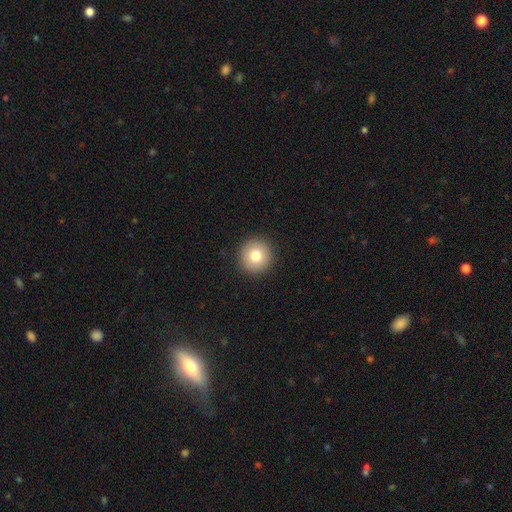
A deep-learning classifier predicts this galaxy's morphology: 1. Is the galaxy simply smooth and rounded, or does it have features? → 79% smooth, 11% featured or disk, 9% star or artifact.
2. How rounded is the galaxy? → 95% round, 4% in between, 1% cigar-shaped.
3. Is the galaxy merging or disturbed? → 93% none, 5% minor disturbance, 2% major disturbance, 1% merger.